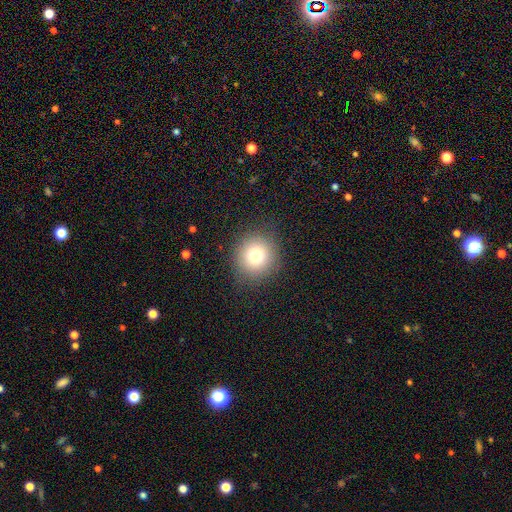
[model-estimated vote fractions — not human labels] smooth_or_featured: smooth (p=0.76) [alt: star or artifact p=0.13]
how_rounded: round (p=0.91) [alt: in between p=0.09]
merging: none (p=0.87) [alt: minor disturbance p=0.09]